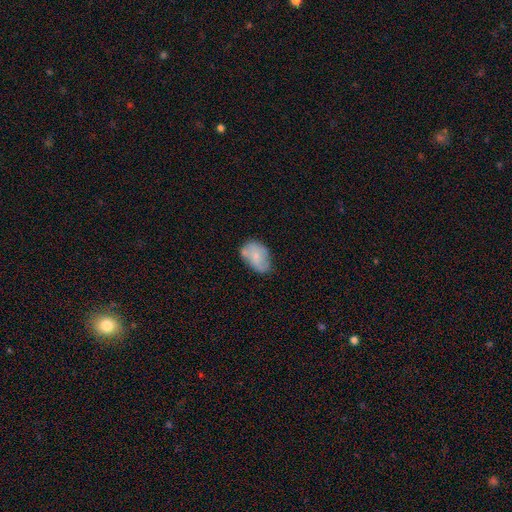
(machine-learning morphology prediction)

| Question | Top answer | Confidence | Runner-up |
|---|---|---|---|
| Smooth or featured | smooth | 62% | featured or disk (30%) |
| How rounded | in between | 84% | round (14%) |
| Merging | none | 50% | minor disturbance (34%) |